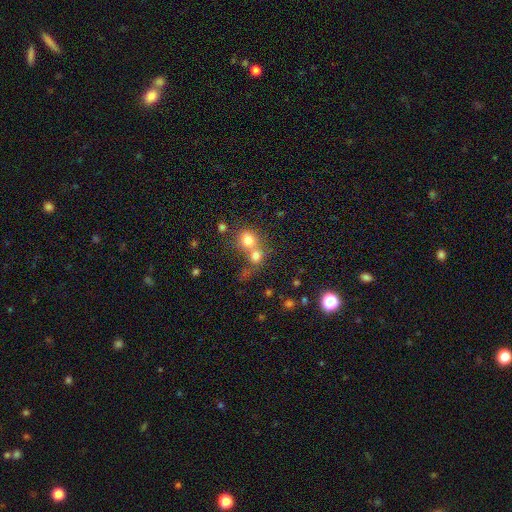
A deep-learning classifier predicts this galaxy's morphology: smooth-or-featured: smooth: 73% | star or artifact: 14% | featured or disk: 12%
  how-rounded: round: 74% | in between: 24% | cigar-shaped: 1%
  merging: merger: 57% | none: 32% | minor disturbance: 6% | major disturbance: 5%